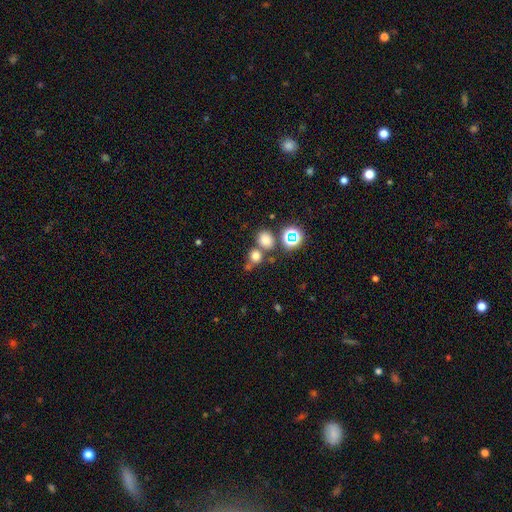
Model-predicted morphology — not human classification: type=smooth (71%); roundness=round (75%); merging=none (58%).